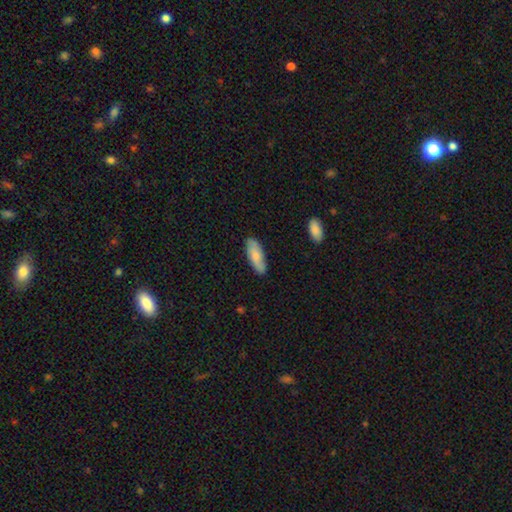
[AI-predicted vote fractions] Smooth or featured: smooth — 70% (featured or disk — 24%)
How rounded: in between — 71% (cigar-shaped — 27%)
Merging: none — 84% (minor disturbance — 13%)